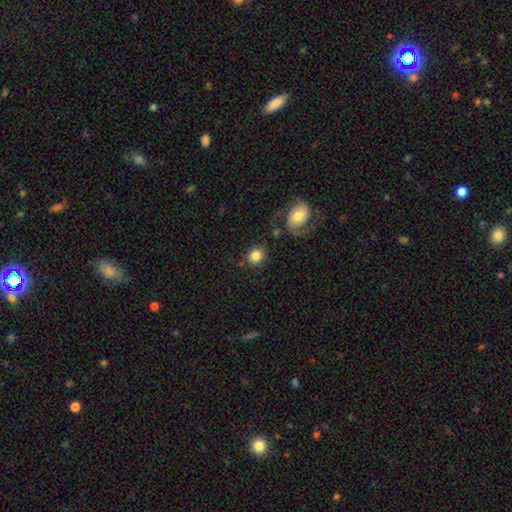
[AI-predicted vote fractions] A smooth galaxy with no disk features (83%) that is round (77%). Merging: none (75%).